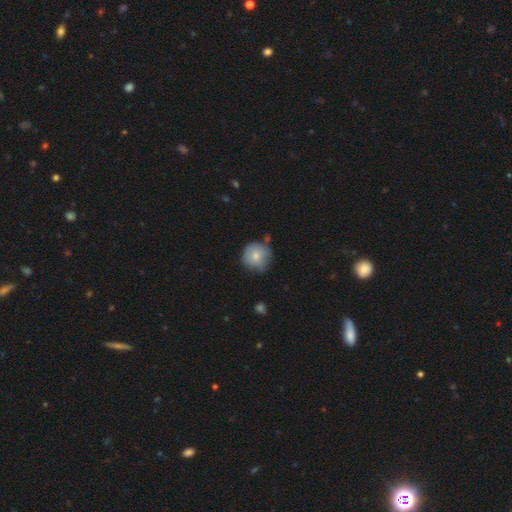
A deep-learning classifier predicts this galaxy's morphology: Smooth or featured? Predicted: smooth (p=0.75). How rounded? Predicted: round (p=0.93). Merging? Predicted: none (p=0.67).